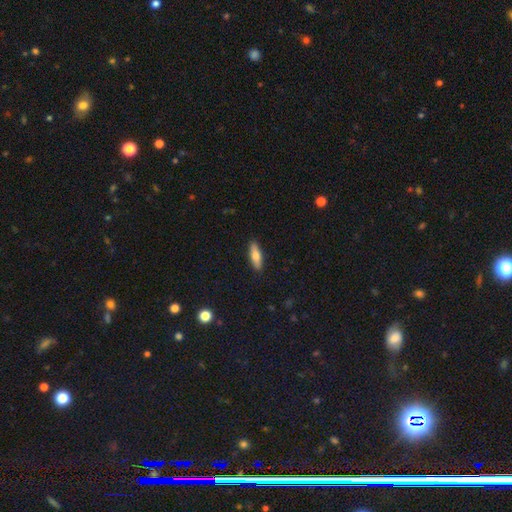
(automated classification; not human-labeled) This appears to be a smooth galaxy with no disk features (67%) that is cigar-shaped (52%). Merging: none (90%).